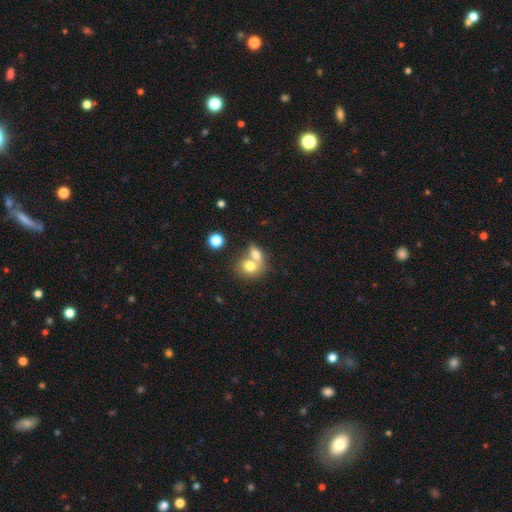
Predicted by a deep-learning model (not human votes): Smooth or featured? smooth (73%)
How rounded? in between (54%)
Merging? merger (63%)